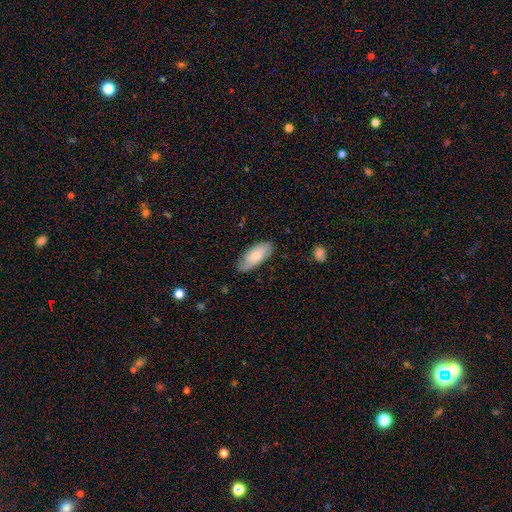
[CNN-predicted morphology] A smooth galaxy with no disk features (65%) that is in between round and cigar-shaped (86%).

Vote fractions:
- Smooth or featured? smooth: 65% / featured or disk: 29% / star or artifact: 6%
- How rounded? in between: 86% / cigar-shaped: 12% / round: 2%
- Merging? none: 73% / minor disturbance: 22% / major disturbance: 4% / merger: 1%